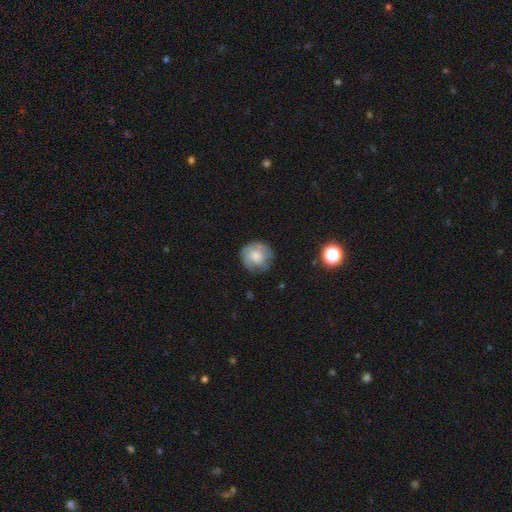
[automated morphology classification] Smooth or featured? Predicted: smooth (p=0.60). How rounded? Predicted: round (p=0.90). Merging? Predicted: none (p=0.71).